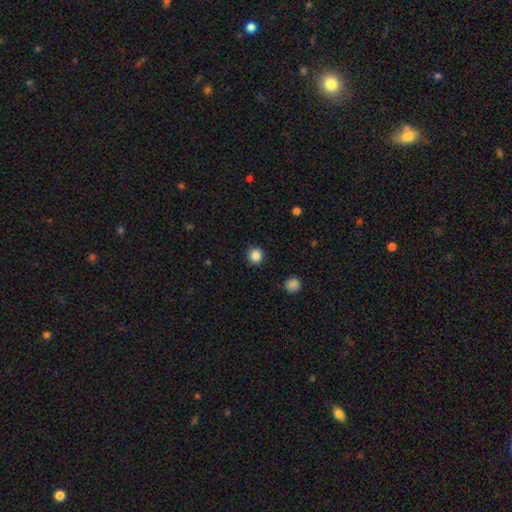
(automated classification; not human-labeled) The model was most divided on "smooth or featured": smooth: 86%, star or artifact: 11%, featured or disk: 3%. More confident: how rounded — round (91%); merging — none (88%).